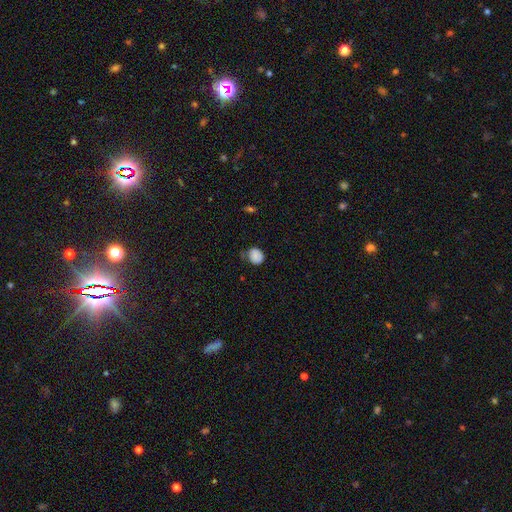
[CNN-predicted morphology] smooth-or-featured: smooth: 82% | star or artifact: 9% | featured or disk: 8%
  how-rounded: round: 70% | in between: 29% | cigar-shaped: 1%
  merging: none: 61% | minor disturbance: 30% | major disturbance: 7% | merger: 3%